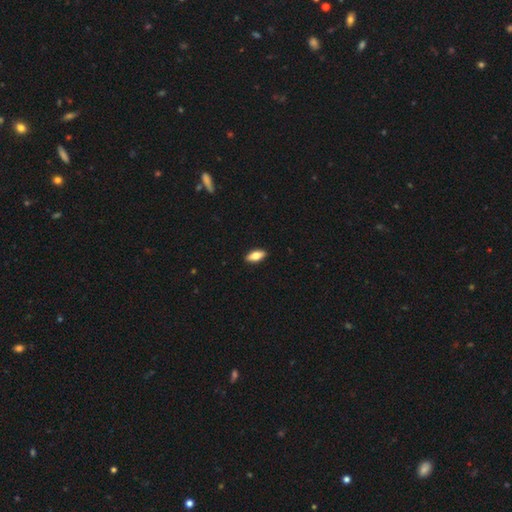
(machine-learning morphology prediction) smooth_or_featured: smooth (p=0.71) [alt: featured or disk p=0.22]
how_rounded: in between (p=0.81) [alt: cigar-shaped p=0.16]
merging: none (p=0.91) [alt: minor disturbance p=0.07]